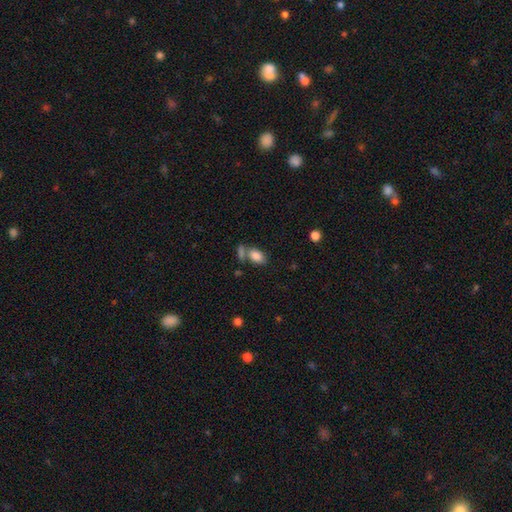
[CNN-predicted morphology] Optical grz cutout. It shows a smooth galaxy with no disk features (84%) that is in between round and cigar-shaped (89%). Merging: none (52%).